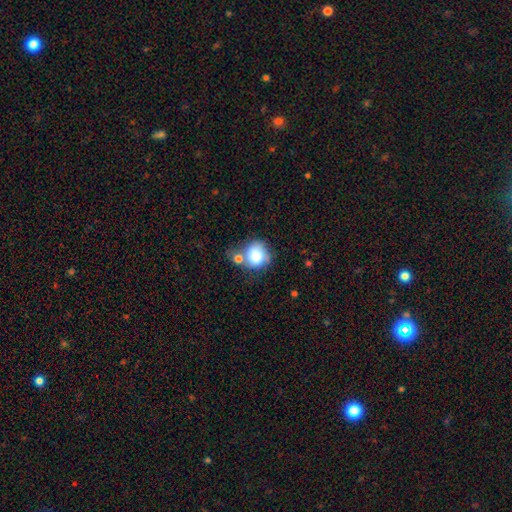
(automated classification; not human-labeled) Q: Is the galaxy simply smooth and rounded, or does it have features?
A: smooth — 78%.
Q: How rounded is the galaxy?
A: round — 76%.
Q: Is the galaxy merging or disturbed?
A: none — 37%.